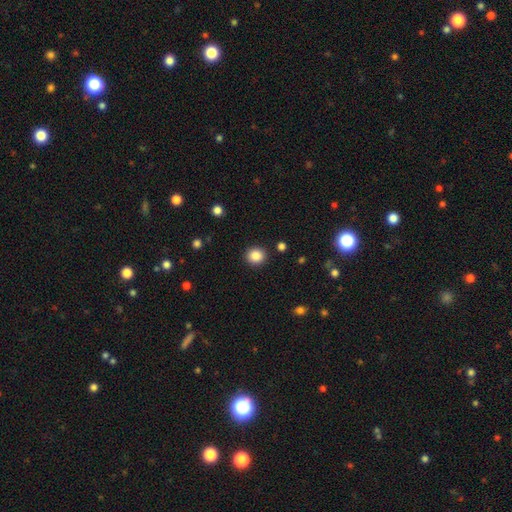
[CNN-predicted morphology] Smooth or featured?
  - smooth: 86% *
  - star or artifact: 10%
  - featured or disk: 4%
How rounded?
  - round: 86% *
  - in between: 13%
  - cigar-shaped: 1%
Merging?
  - none: 91% *
  - minor disturbance: 6%
  - major disturbance: 2%
  - merger: 1%